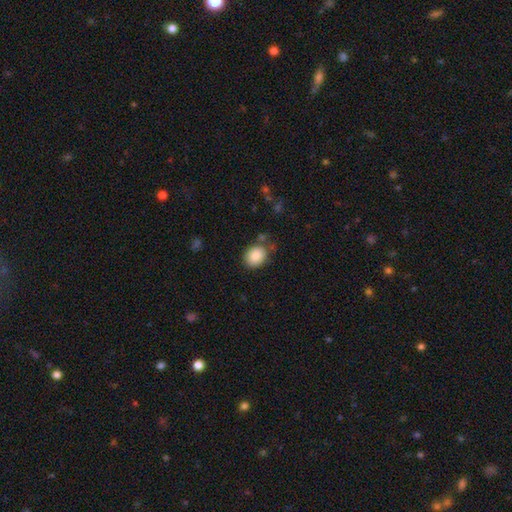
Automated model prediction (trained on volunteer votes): The model was most divided on "how rounded": round: 51%, in between: 48%, cigar-shaped: 1%. More confident: smooth or featured — smooth (87%); merging — none (75%).